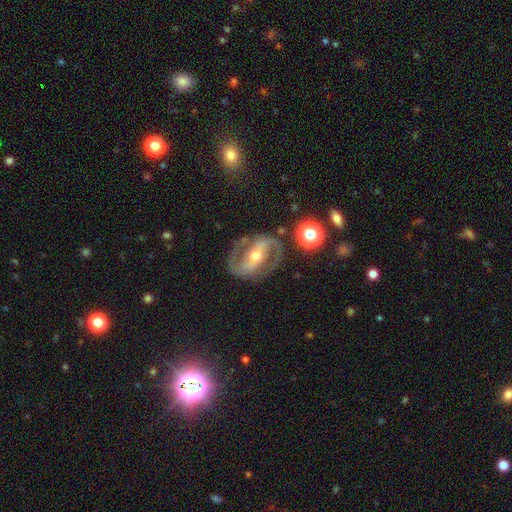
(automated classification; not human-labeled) A featured or disk galaxy (87%) with a strong bar (57%), 2 (92%) medium (54%) spiral arms (92%) and a moderate central bulge (54%). Merging: none (79%).